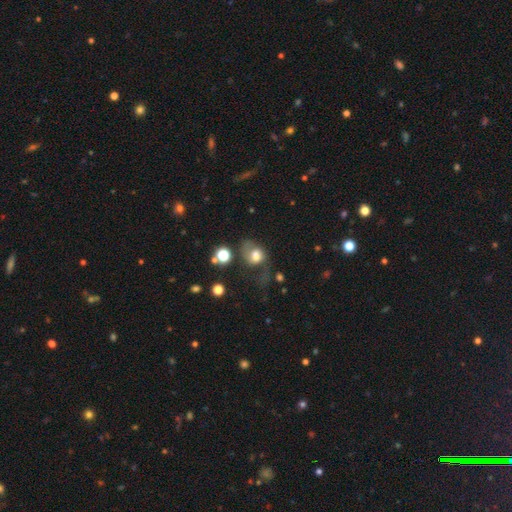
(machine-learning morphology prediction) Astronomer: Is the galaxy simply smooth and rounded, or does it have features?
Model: smooth — 52% (runner-up: featured or disk, 37%).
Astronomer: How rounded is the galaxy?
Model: in between — 53% (runner-up: round, 46%).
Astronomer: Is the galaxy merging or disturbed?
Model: major disturbance — 37% (runner-up: none, 32%).